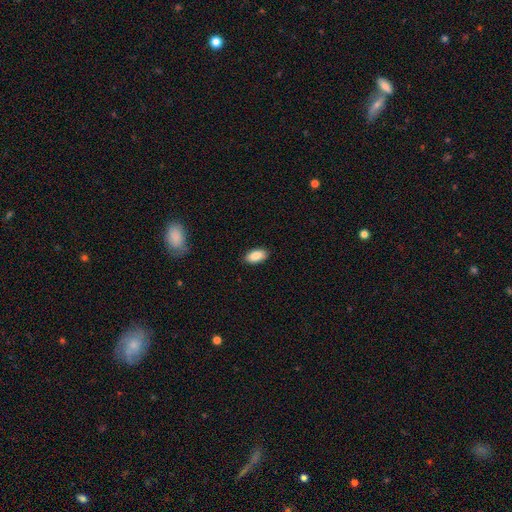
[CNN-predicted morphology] Overall: smooth (87%). How rounded: in between (94%). Merging: none (88%).